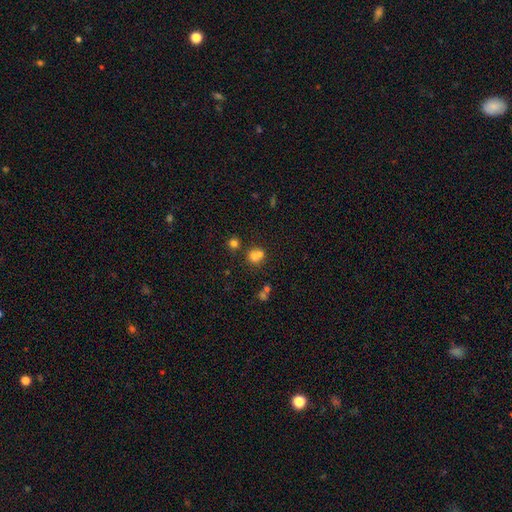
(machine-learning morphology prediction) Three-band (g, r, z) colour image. It shows a smooth galaxy with no disk features (69%) that is round (75%). Merging: merger (51%).